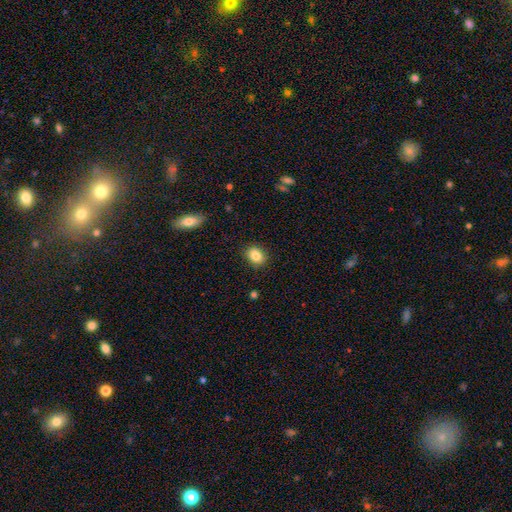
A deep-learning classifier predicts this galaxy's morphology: Smooth or featured? Predicted: smooth (p=0.84). How rounded? Predicted: in between (p=0.60). Merging? Predicted: none (p=0.87).